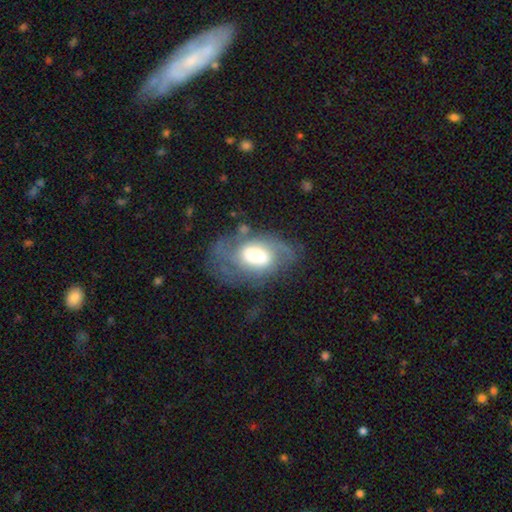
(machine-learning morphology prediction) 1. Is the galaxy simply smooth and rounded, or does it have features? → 64% featured or disk, 27% smooth, 9% star or artifact.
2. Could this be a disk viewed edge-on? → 95% no, 5% yes.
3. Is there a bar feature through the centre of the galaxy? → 66% no, 24% weak, 10% strong.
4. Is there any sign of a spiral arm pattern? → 76% yes, 24% no.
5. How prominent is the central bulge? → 51% large, 29% dominant, 12% moderate, 5% small, 3% none.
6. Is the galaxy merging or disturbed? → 45% none, 27% major disturbance, 24% minor disturbance, 4% merger.